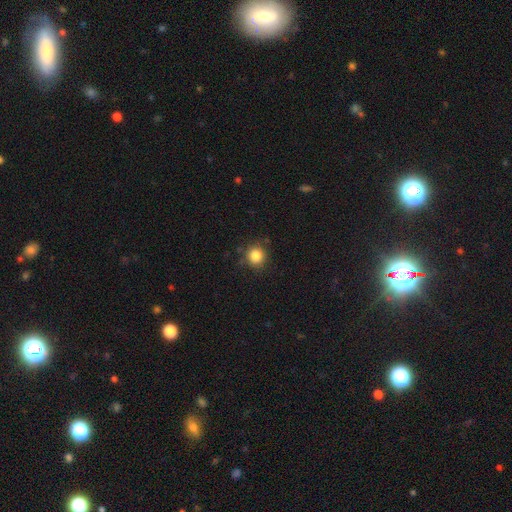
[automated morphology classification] A smooth galaxy with no disk features (84%) that is round (91%).

Vote fractions:
- Smooth or featured? smooth: 84% / star or artifact: 11% / featured or disk: 5%
- How rounded? round: 91% / in between: 9% / cigar-shaped: 1%
- Merging? none: 84% / minor disturbance: 11% / major disturbance: 3% / merger: 2%